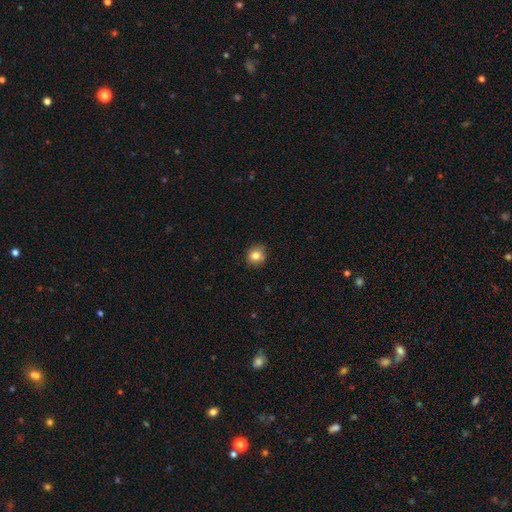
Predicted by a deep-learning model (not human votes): Overall: smooth (81%). How rounded: round (85%). Merging: none (84%).